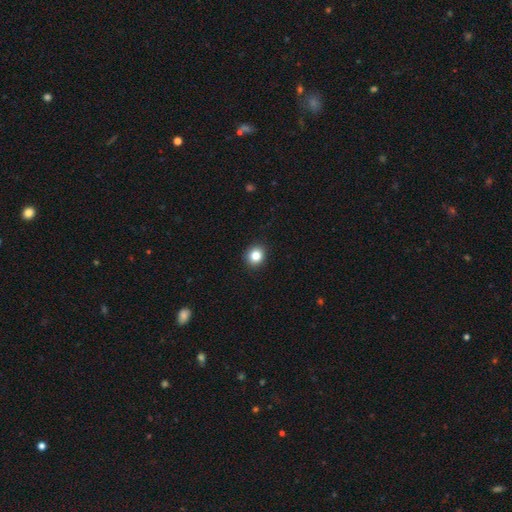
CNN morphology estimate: Overall: smooth (84%). How rounded: round (80%). Merging: none (92%).